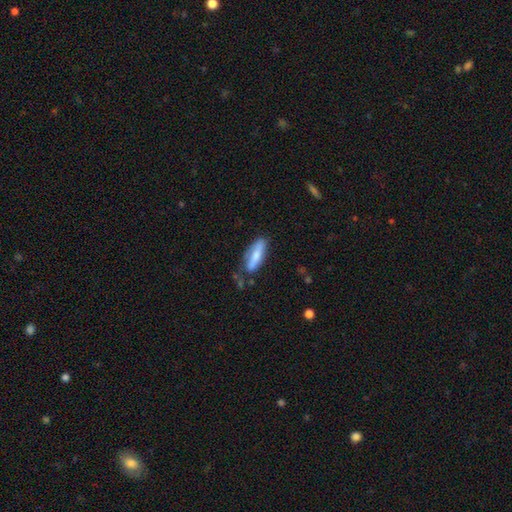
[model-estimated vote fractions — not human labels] Smooth or featured?
  - smooth: 68% *
  - featured or disk: 26%
  - star or artifact: 6%
How rounded?
  - cigar-shaped: 53% *
  - in between: 46%
  - round: 2%
Merging?
  - none: 70% *
  - minor disturbance: 21%
  - major disturbance: 5%
  - merger: 4%